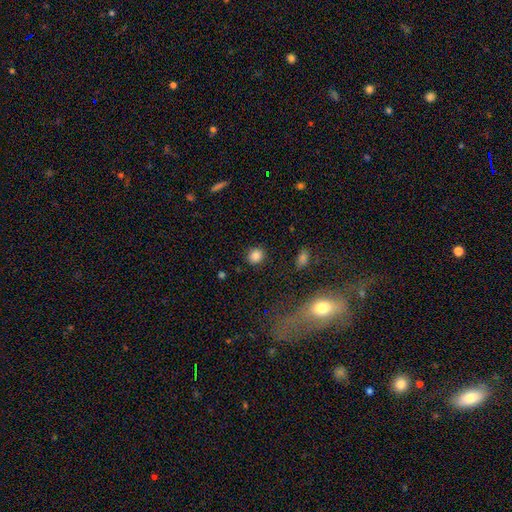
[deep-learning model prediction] smooth-or-featured: smooth: 84% | star or artifact: 11% | featured or disk: 5%
  how-rounded: round: 85% | in between: 14% | cigar-shaped: 1%
  merging: none: 89% | minor disturbance: 7% | major disturbance: 2% | merger: 2%